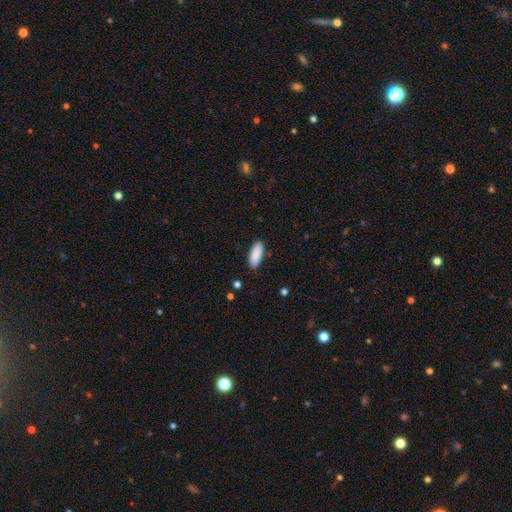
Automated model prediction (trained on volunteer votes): Morphology: type=smooth (89%); roundness=in between (80%); merging=none (87%).